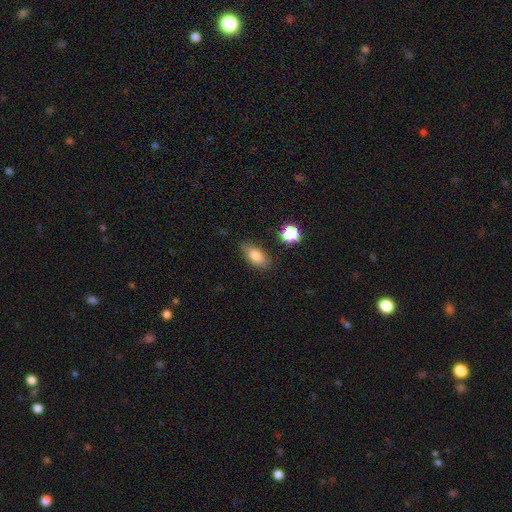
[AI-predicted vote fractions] A smooth galaxy with no disk features (79%) that is in between round and cigar-shaped (86%).

Vote fractions:
- Smooth or featured? smooth: 79% / featured or disk: 11% / star or artifact: 10%
- How rounded? in between: 86% / cigar-shaped: 7% / round: 6%
- Merging? none: 81% / minor disturbance: 13% / major disturbance: 3% / merger: 2%